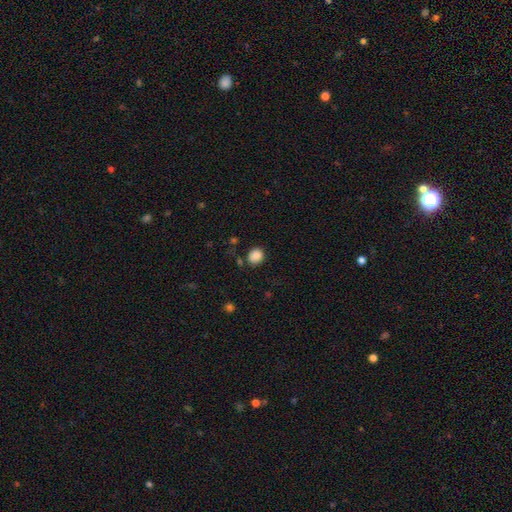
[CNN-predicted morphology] A smooth galaxy with no disk features (87%) that is round (70%). Merging: none (82%).